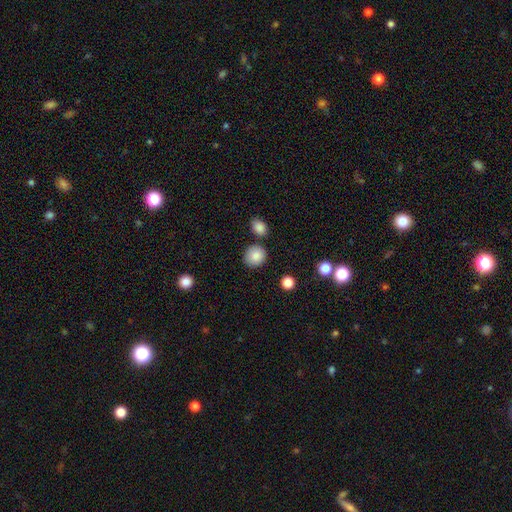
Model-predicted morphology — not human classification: A smooth galaxy with no disk features (87%) that is round (84%).

Vote fractions:
- Smooth or featured? smooth: 87% / star or artifact: 8% / featured or disk: 5%
- How rounded? round: 84% / in between: 15% / cigar-shaped: 1%
- Merging? none: 82% / minor disturbance: 9% / merger: 6% / major disturbance: 3%